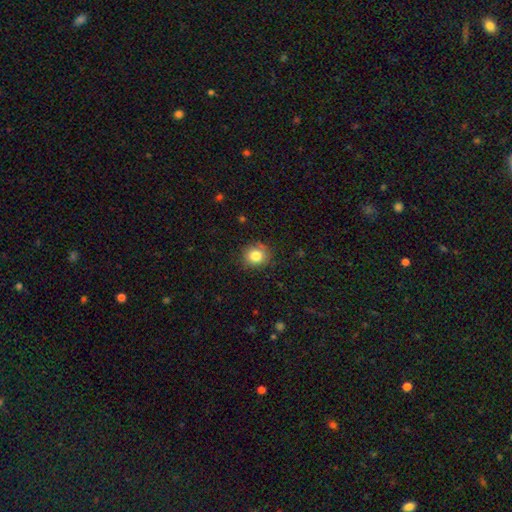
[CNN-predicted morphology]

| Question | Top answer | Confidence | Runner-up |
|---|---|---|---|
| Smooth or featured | smooth | 83% | star or artifact (11%) |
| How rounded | round | 84% | in between (15%) |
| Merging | none | 85% | minor disturbance (11%) |